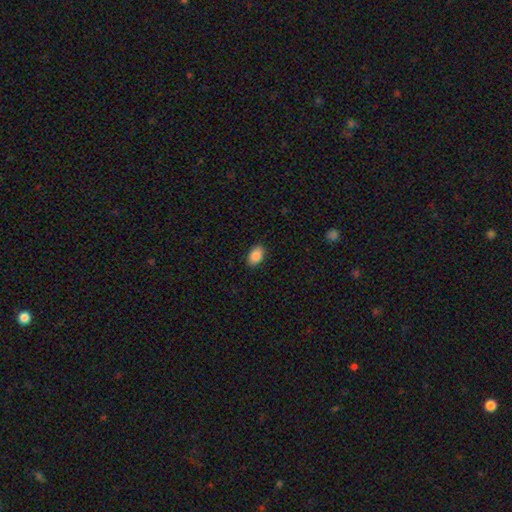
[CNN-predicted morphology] Smooth or featured: smooth — 88% (star or artifact — 7%)
How rounded: in between — 91% (round — 8%)
Merging: none — 89% (minor disturbance — 8%)